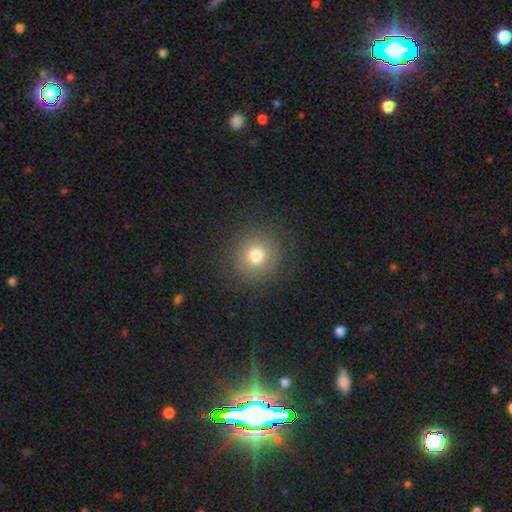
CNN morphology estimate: A smooth galaxy with no disk features (73%) that is round (92%). Merging: none (85%).